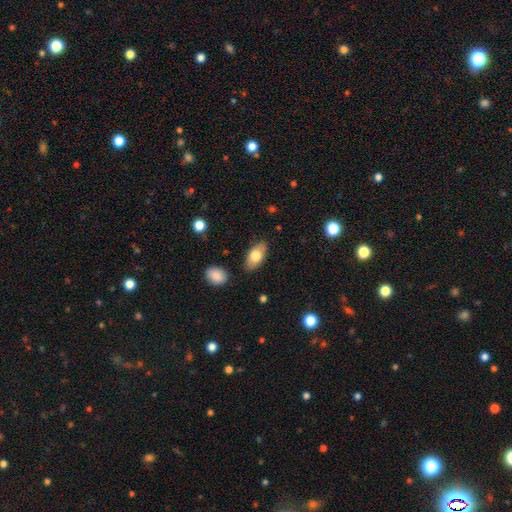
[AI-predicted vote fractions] Smooth or featured? smooth (74%)
How rounded? in between (91%)
Merging? none (84%)